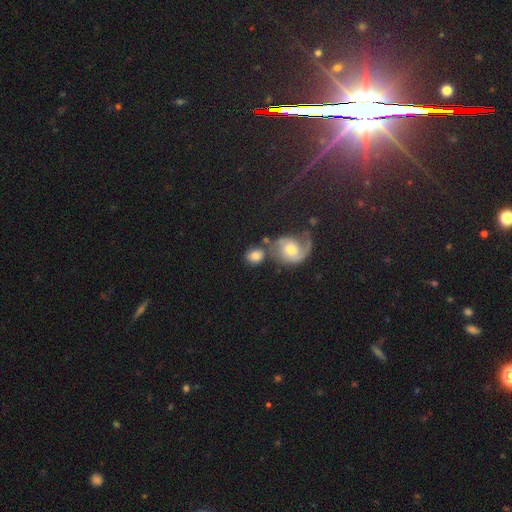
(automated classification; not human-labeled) Smooth or featured: smooth — 67% (featured or disk — 24%)
How rounded: round — 64% (in between — 34%)
Merging: none — 52% (merger — 27%)